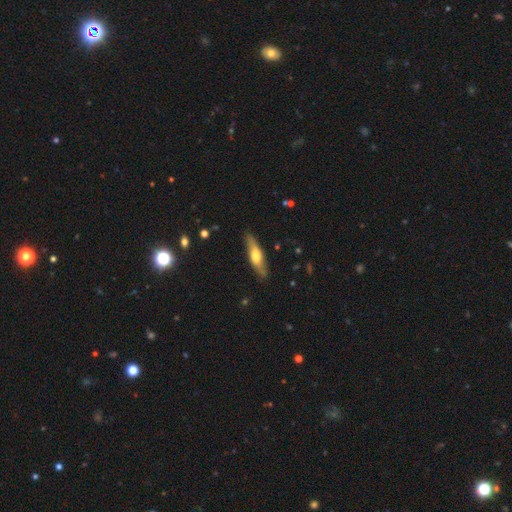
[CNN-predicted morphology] smooth-or-featured: featured or disk: 50% | smooth: 44% | star or artifact: 5%
  disk-edge-on: yes: 81% | no: 19%
  merging: none: 84% | minor disturbance: 12% | major disturbance: 2% | merger: 1%